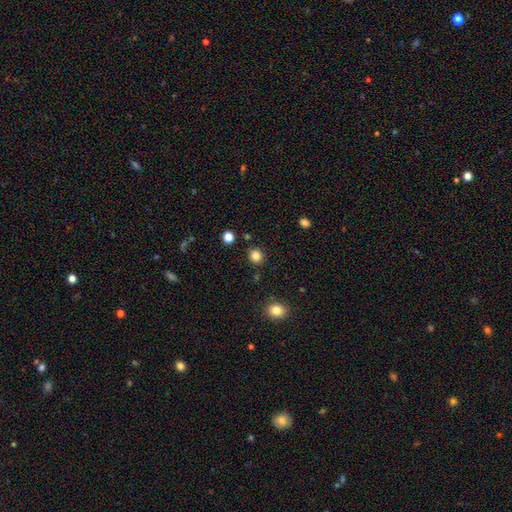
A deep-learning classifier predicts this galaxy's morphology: This is clearly a smooth galaxy (84%). How rounded: clearly round (84%). Merging: clearly none (88%).